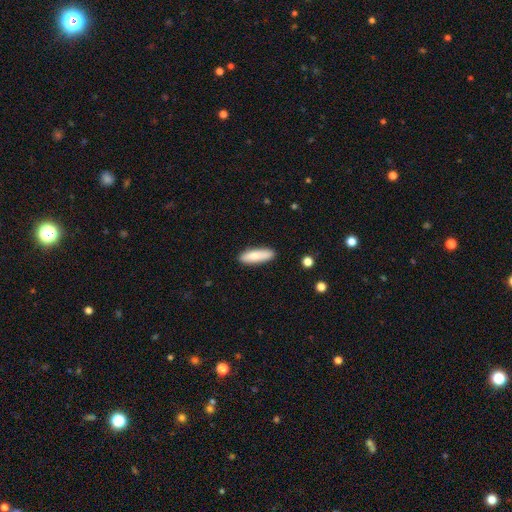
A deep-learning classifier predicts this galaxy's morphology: smooth_or_featured: smooth (p=0.84) [alt: featured or disk p=0.10]
how_rounded: cigar-shaped (p=0.55) [alt: in between p=0.44]
merging: none (p=0.88) [alt: minor disturbance p=0.09]